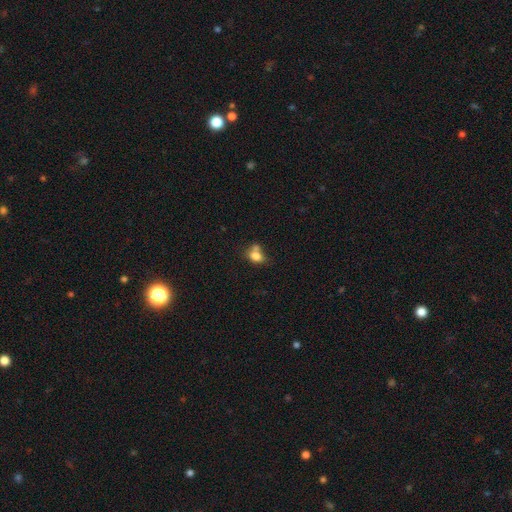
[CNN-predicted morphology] smooth_or_featured: smooth (p=0.78) [alt: featured or disk p=0.11]
how_rounded: in between (p=0.65) [alt: round p=0.33]
merging: none (p=0.39) [alt: merger p=0.37]